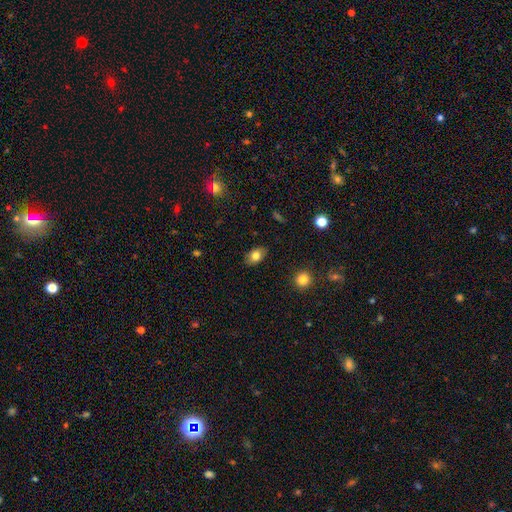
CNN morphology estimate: Smooth or featured? smooth (78%)
How rounded? in between (84%)
Merging? none (86%)